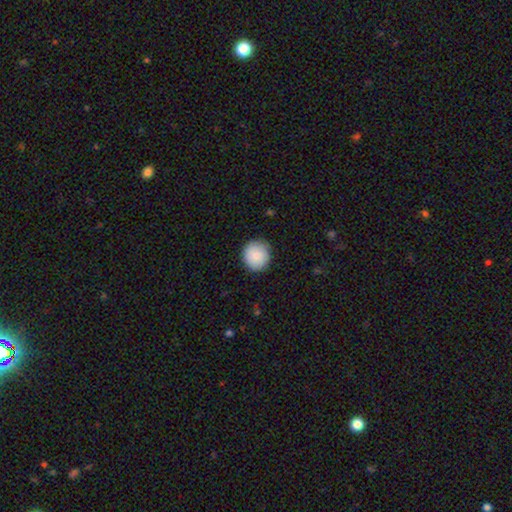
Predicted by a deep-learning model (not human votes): A smooth galaxy with no disk features (87%) that is round (91%). Merging: none (87%).